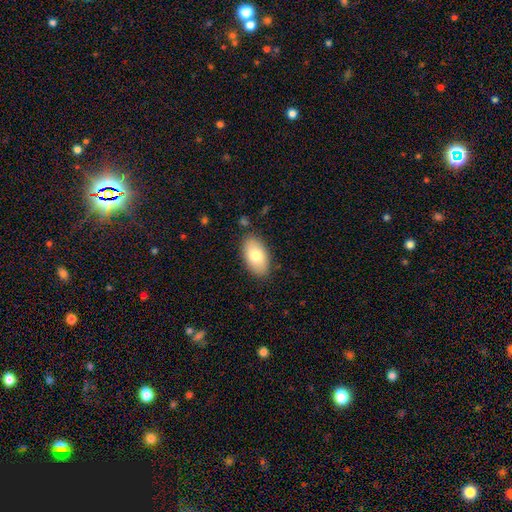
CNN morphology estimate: This is likely a smooth galaxy (77%). How rounded: clearly in between (94%). Merging: clearly none (84%).